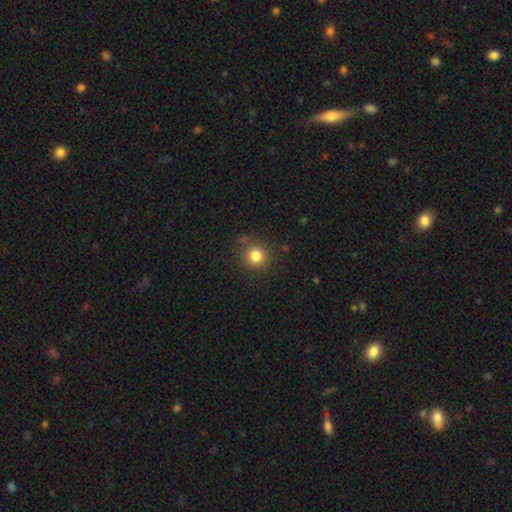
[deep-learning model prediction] Q: Smooth or featured?
A: smooth (82%); runner-up: star or artifact (13%)
Q: How rounded?
A: round (93%); runner-up: in between (6%)
Q: Merging?
A: none (84%); runner-up: minor disturbance (10%)